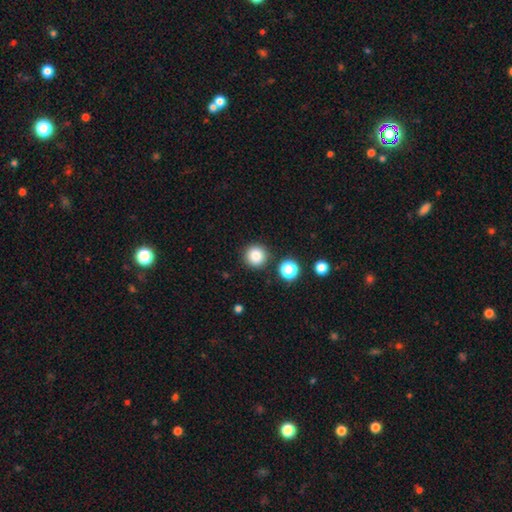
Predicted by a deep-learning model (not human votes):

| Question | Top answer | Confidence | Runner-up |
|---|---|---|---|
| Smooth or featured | smooth | 83% | star or artifact (11%) |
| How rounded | round | 95% | in between (4%) |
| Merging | none | 88% | minor disturbance (6%) |